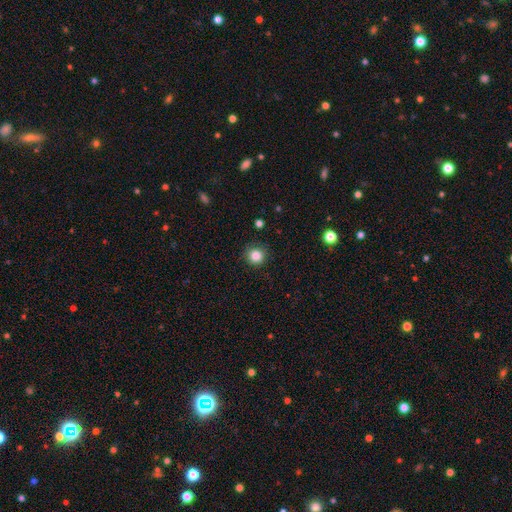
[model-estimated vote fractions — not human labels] This is clearly a smooth galaxy (84%). How rounded: clearly round (93%). Merging: clearly none (88%).